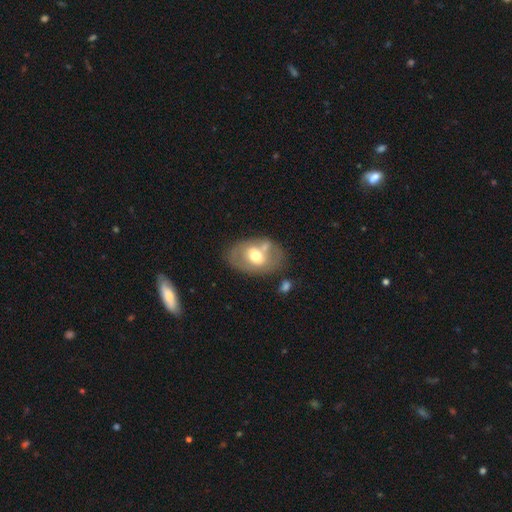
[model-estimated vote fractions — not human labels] smooth 49%, featured or disk 44%, star or artifact 7%. Down the decision tree: merging — none (56%).